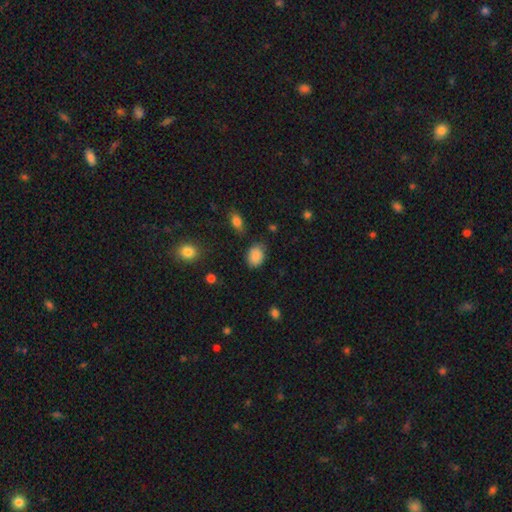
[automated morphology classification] Overall: smooth (86%). How rounded: in between (74%). Merging: none (75%).